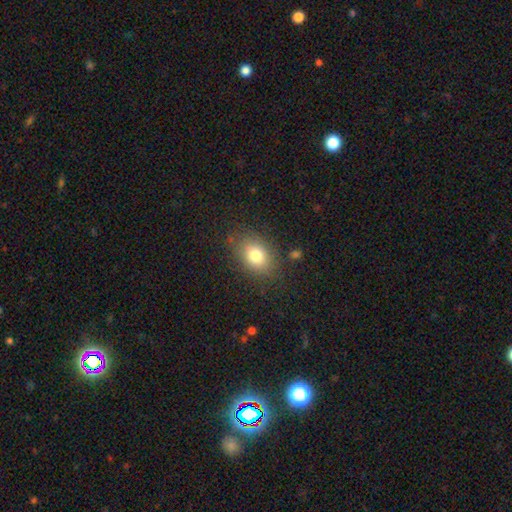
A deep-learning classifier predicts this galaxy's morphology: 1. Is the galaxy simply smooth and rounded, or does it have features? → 79% smooth, 11% featured or disk, 10% star or artifact.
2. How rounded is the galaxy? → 69% in between, 30% round, 1% cigar-shaped.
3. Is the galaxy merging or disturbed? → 80% none, 13% minor disturbance, 4% major disturbance, 2% merger.